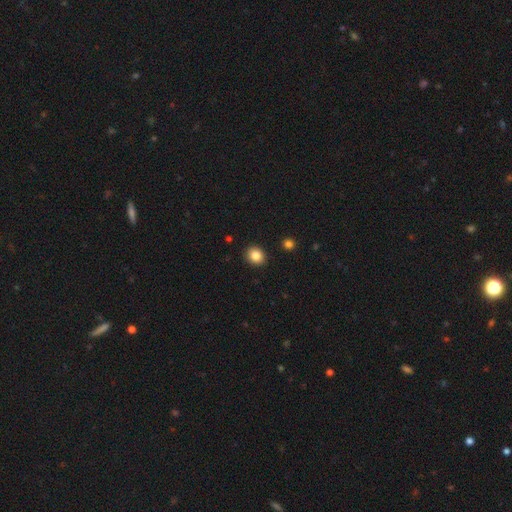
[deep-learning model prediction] This is clearly a smooth galaxy (84%). How rounded: likely round (73%). Merging: clearly none (91%).